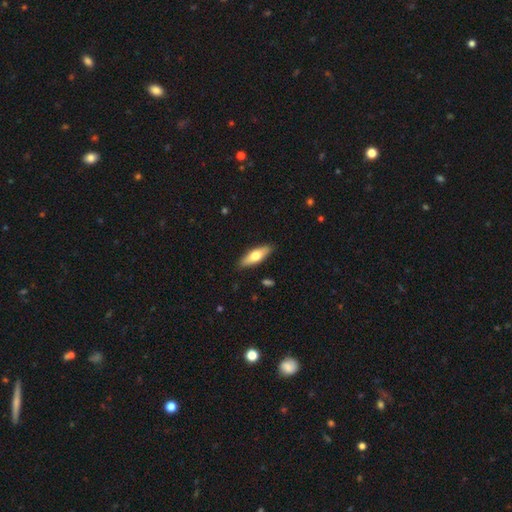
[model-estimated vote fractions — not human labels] smooth_or_featured: smooth (p=0.62) [alt: featured or disk p=0.32]
how_rounded: in between (p=0.52) [alt: cigar-shaped p=0.46]
merging: none (p=0.88) [alt: minor disturbance p=0.09]